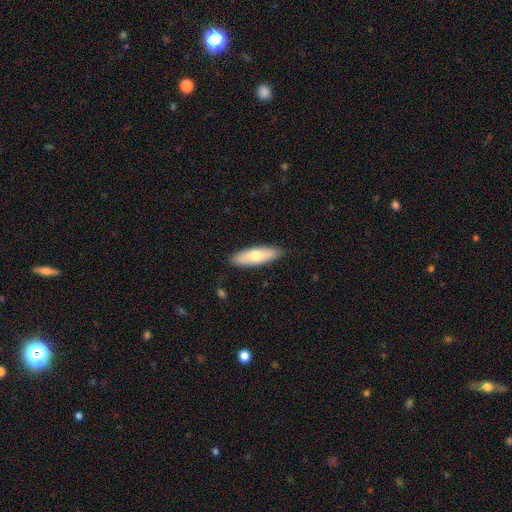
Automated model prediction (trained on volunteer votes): Morphology: type=smooth (69%); roundness=in between (51%); merging=none (89%).